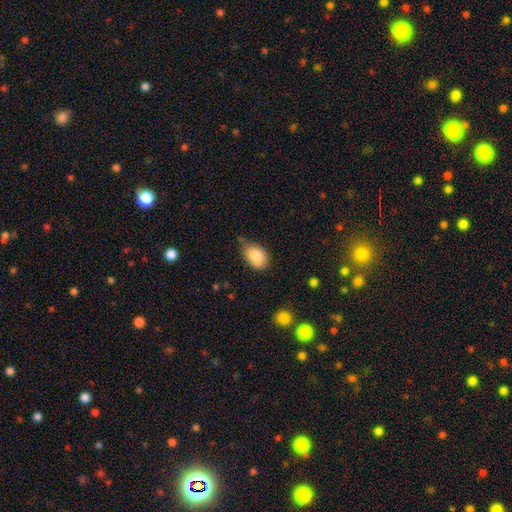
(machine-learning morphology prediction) Smooth or featured?
  - smooth: 82% *
  - featured or disk: 11%
  - star or artifact: 8%
How rounded?
  - in between: 86% *
  - round: 13%
  - cigar-shaped: 1%
Merging?
  - none: 55% *
  - minor disturbance: 32%
  - merger: 6%
  - major disturbance: 6%